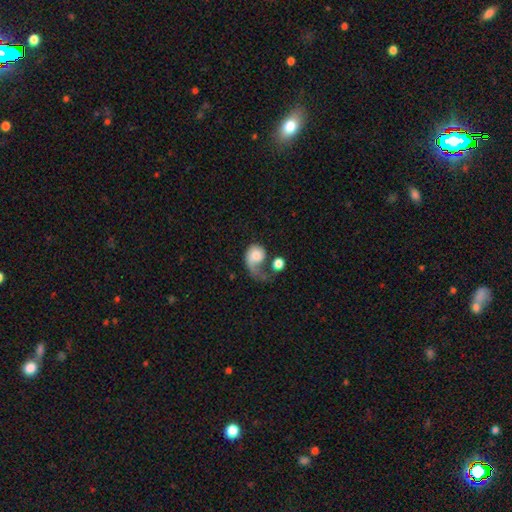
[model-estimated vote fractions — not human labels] smooth_or_featured: smooth (p=0.51) [alt: featured or disk p=0.42]
how_rounded: round (p=0.59) [alt: in between p=0.39]
merging: major disturbance (p=0.53) [alt: none p=0.20]